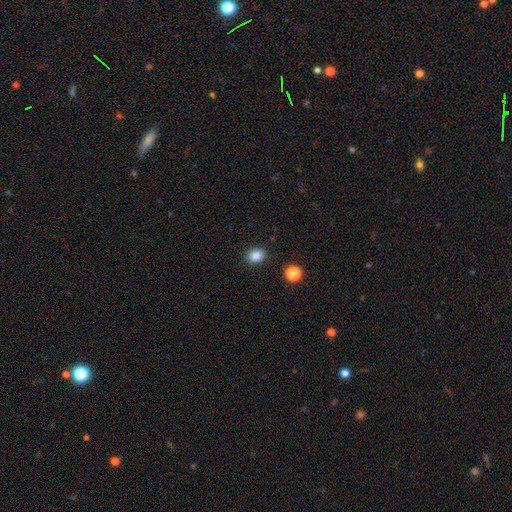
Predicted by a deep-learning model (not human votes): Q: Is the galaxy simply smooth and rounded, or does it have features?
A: smooth — 86%.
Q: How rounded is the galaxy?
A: round — 50%.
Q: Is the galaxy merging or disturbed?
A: none — 87%.